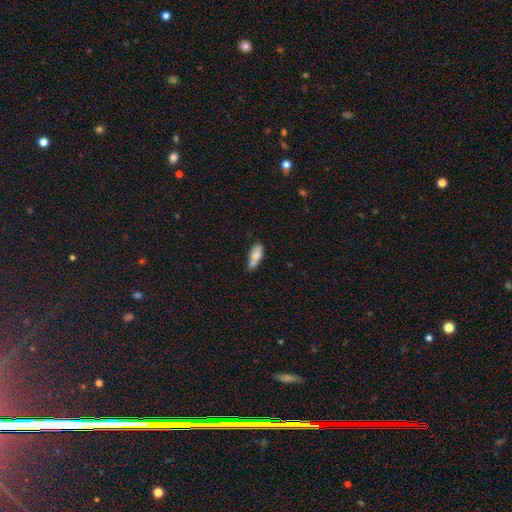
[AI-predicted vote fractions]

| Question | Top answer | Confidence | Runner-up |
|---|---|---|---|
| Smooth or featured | smooth | 74% | featured or disk (18%) |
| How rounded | in between | 74% | cigar-shaped (23%) |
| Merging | none | 38% | merger (27%) |